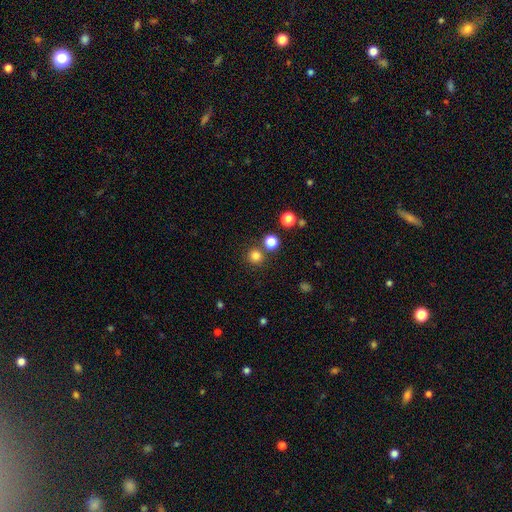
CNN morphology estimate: smooth-or-featured: smooth: 81% | star or artifact: 15% | featured or disk: 4%
  how-rounded: round: 94% | in between: 5% | cigar-shaped: 1%
  merging: none: 82% | merger: 9% | minor disturbance: 6% | major disturbance: 3%